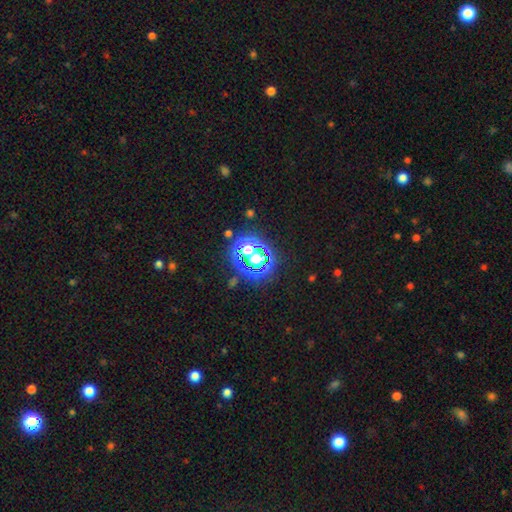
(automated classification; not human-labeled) This is possibly a star or artifact rather than a galaxy (53%).